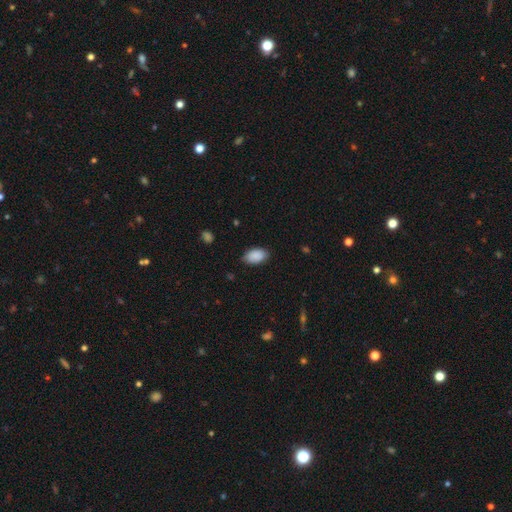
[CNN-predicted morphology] Smooth or featured? smooth (89%)
How rounded? in between (94%)
Merging? none (77%)